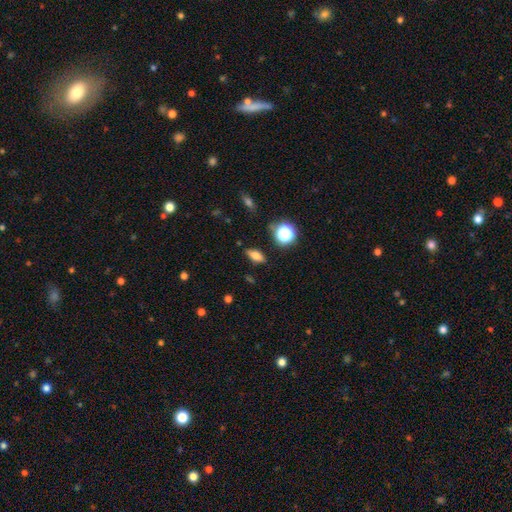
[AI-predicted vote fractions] Overall: smooth (69%). How rounded: in between (73%). Merging: none (84%).